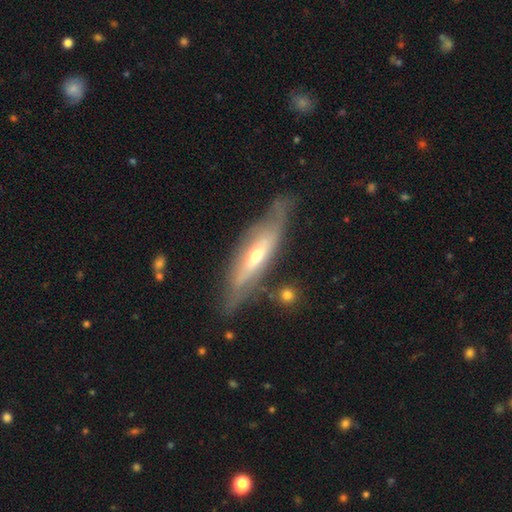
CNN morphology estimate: A featured or disk galaxy (68%) viewed edge-on (58%). Merging: none (61%).